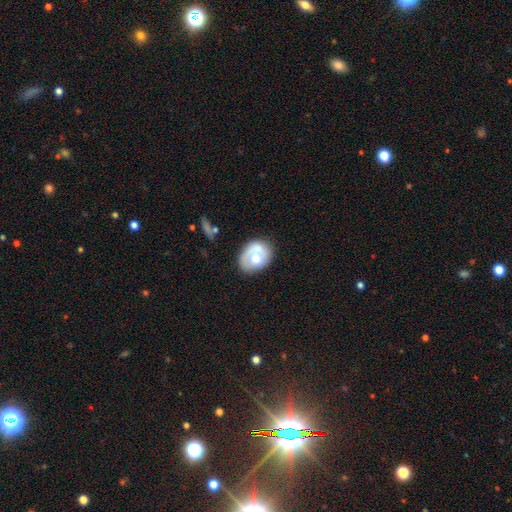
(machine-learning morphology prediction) smooth_or_featured: smooth (p=0.51) [alt: featured or disk p=0.42]
how_rounded: in between (p=0.57) [alt: round p=0.42]
merging: none (p=0.54) [alt: minor disturbance p=0.25]